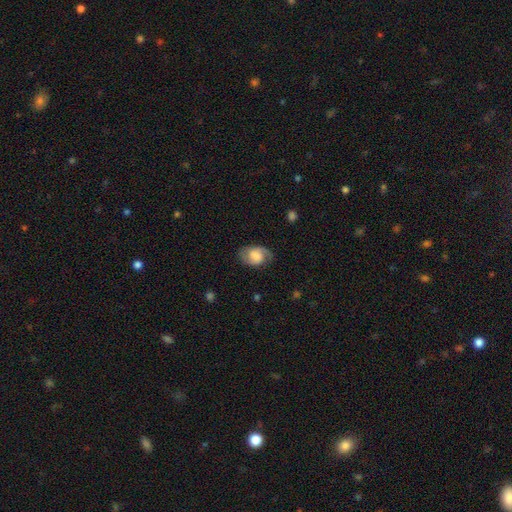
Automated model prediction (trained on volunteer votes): The model was most divided on "bulge size": large: 33%, moderate: 22%, none: 22%, small: 16%, dominant: 6%. More confident: edge-on disk — no (97%); spiral arms — yes (88%); merging — none (71%); smooth or featured — featured or disk (55%); bar — no (53%).